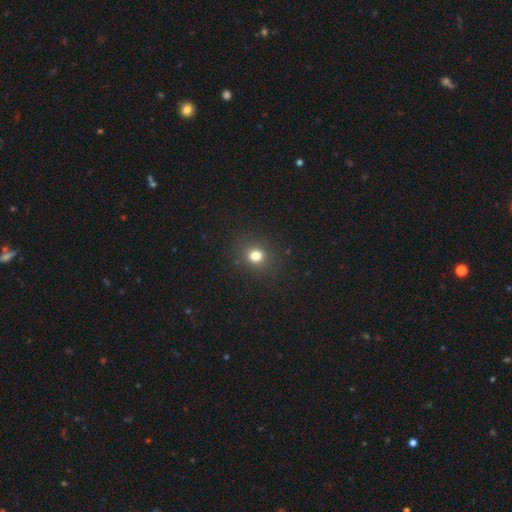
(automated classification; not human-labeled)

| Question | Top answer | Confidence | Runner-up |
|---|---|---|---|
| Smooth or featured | smooth | 78% | star or artifact (16%) |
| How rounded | round | 77% | in between (22%) |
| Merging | none | 87% | minor disturbance (9%) |